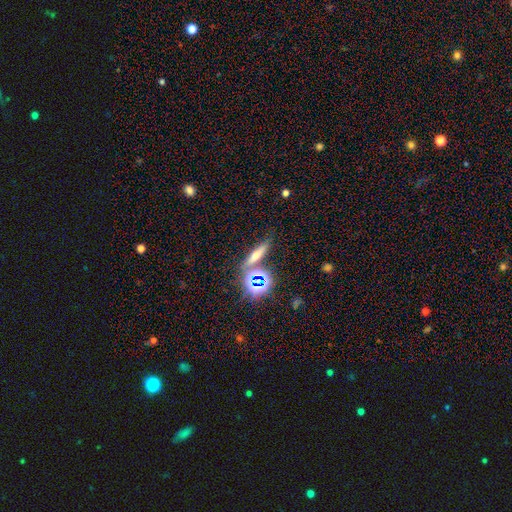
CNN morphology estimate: Smooth or featured? smooth (45%)
Merging? none (73%)